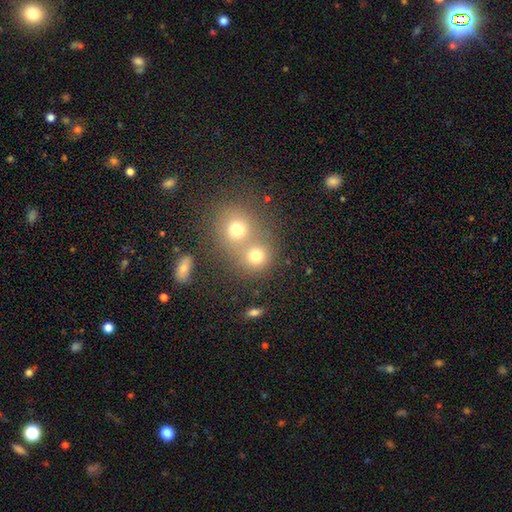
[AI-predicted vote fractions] The model was most divided on "merging" (2-way tie): merger: 45%, none: 45%, minor disturbance: 6%, major disturbance: 3%. More confident: how rounded — round (83%); smooth or featured — smooth (74%).